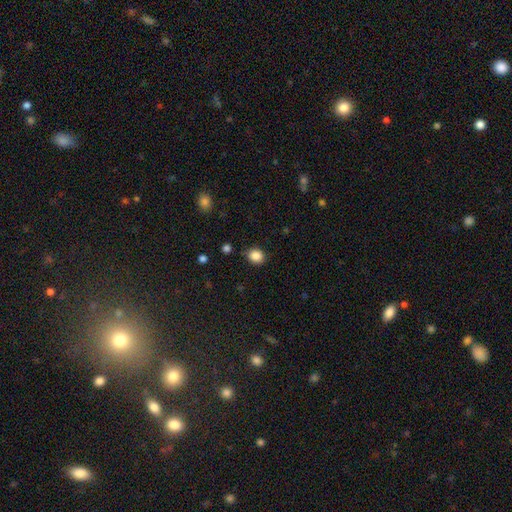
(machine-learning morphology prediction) Smooth or featured: smooth — 86% (star or artifact — 10%)
How rounded: round — 65% (in between — 34%)
Merging: none — 82% (minor disturbance — 12%)